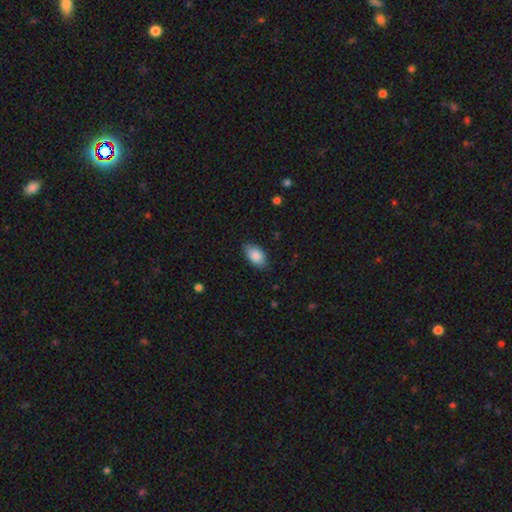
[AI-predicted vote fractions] This is clearly a smooth galaxy (87%). How rounded: clearly in between (93%). Merging: clearly none (83%).